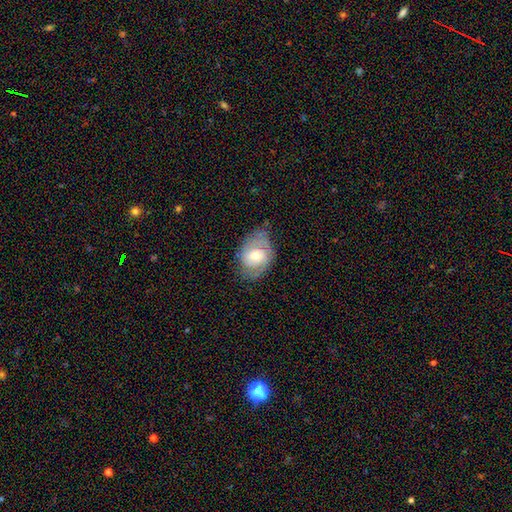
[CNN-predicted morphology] This is likely a featured or disk galaxy (65%). It is clearly not viewed edge-on (96%). Bar: possibly no (57%). Spiral arm pattern: clearly yes (83%). Spiral arm count: likely 2 (61%). Spiral winding: possibly tight (48%). Central bulge: likely moderate (66%). Merging: likely none (61%).